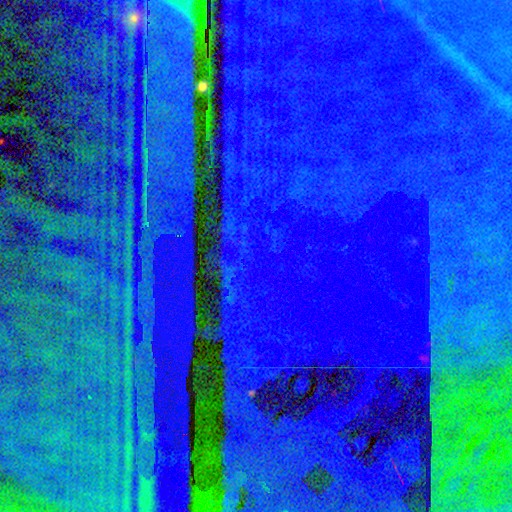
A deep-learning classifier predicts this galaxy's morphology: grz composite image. It shows a star or artifact, not a galaxy (88%).